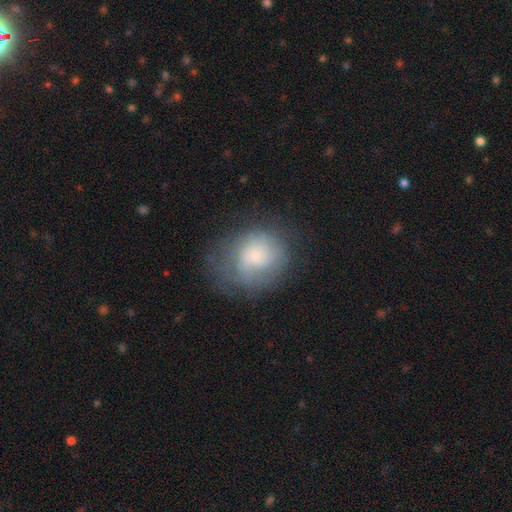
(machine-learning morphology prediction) type=smooth (61%); roundness=round (68%); merging=none (57%).